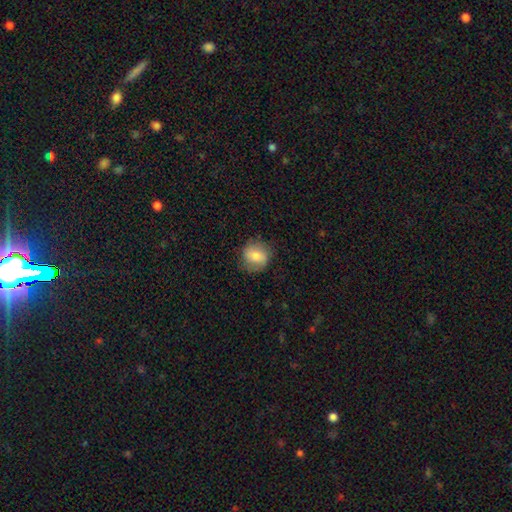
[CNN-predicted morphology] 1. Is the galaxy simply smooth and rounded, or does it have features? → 75% smooth, 17% featured or disk, 8% star or artifact.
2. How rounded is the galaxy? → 75% round, 24% in between, 1% cigar-shaped.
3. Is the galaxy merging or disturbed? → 77% none, 16% minor disturbance, 6% major disturbance, 1% merger.